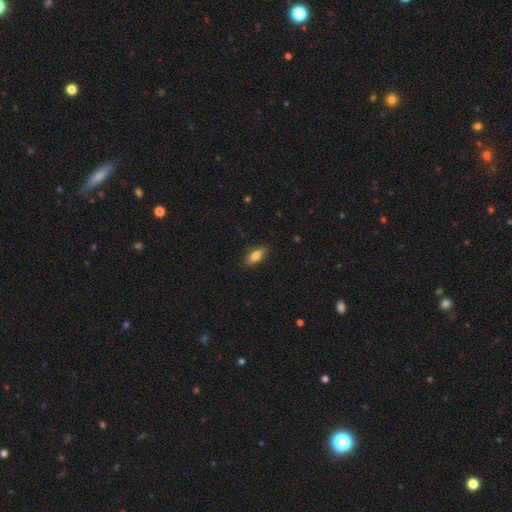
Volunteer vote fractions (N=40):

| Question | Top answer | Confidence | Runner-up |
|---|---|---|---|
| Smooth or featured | smooth | 92% | featured or disk (5%) |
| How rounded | in between | 78% | cigar-shaped (22%) |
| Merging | none | 87% | major disturbance (8%) |